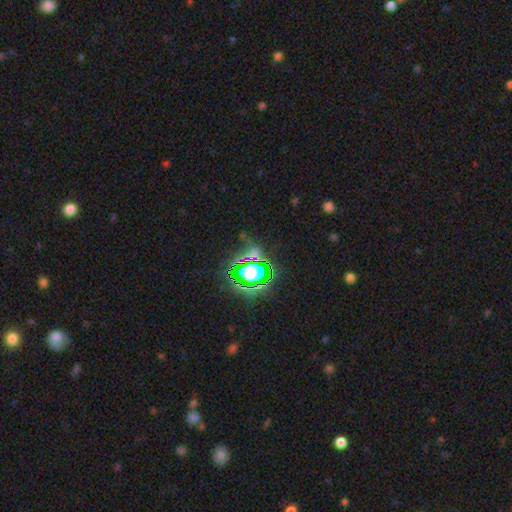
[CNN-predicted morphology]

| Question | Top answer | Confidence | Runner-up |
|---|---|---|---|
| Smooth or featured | star or artifact | 76% | smooth (14%) |